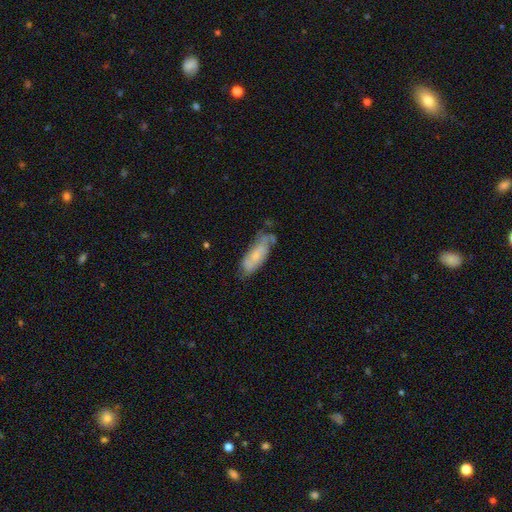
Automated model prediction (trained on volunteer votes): A smooth galaxy with no disk features (53%) that is in between round and cigar-shaped (62%).

Vote fractions:
- Smooth or featured? smooth: 53% / featured or disk: 40% / star or artifact: 7%
- How rounded? in between: 62% / cigar-shaped: 37% / round: 2%
- Merging? none: 48% / minor disturbance: 32% / major disturbance: 14% / merger: 6%